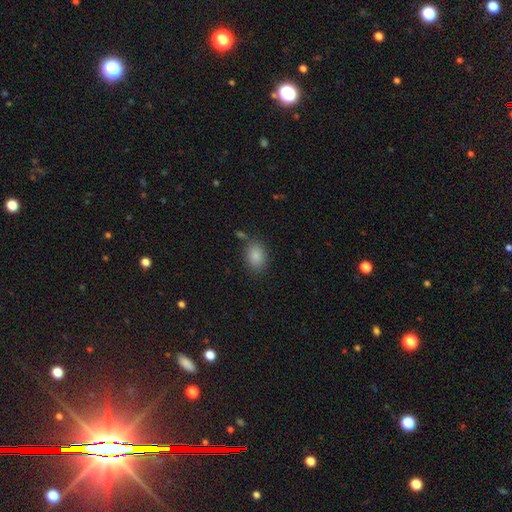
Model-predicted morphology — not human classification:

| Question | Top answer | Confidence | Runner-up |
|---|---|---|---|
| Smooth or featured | smooth | 87% | star or artifact (8%) |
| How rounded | in between | 75% | round (24%) |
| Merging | none | 76% | minor disturbance (14%) |